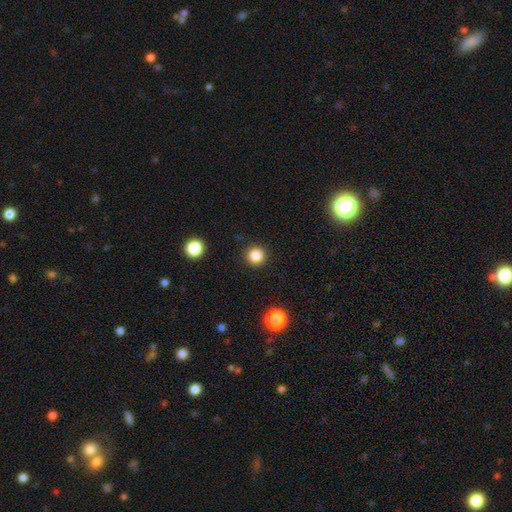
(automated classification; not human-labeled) smooth-or-featured: smooth: 84% | star or artifact: 12% | featured or disk: 4%
  how-rounded: round: 95% | in between: 4% | cigar-shaped: 1%
  merging: none: 92% | minor disturbance: 5% | major disturbance: 2% | merger: 1%